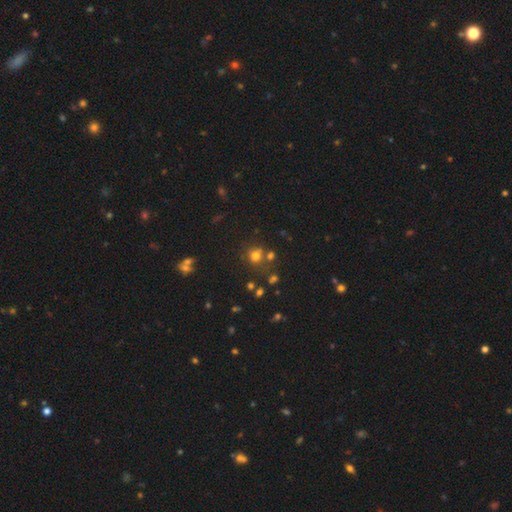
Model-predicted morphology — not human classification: Smooth or featured? Predicted: smooth (p=0.67). How rounded? Predicted: round (p=0.82). Merging? Predicted: none (p=0.64).